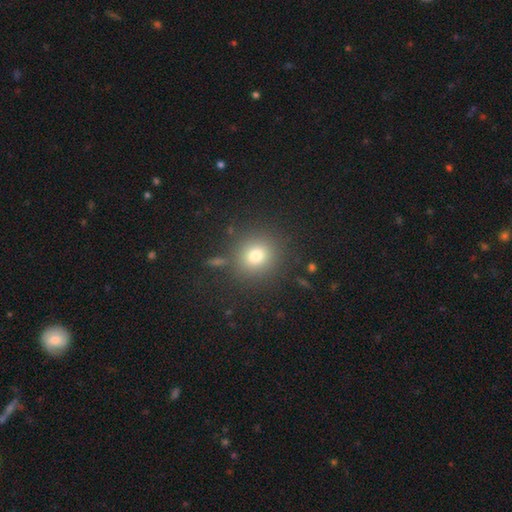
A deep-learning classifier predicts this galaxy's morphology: Smooth or featured? Predicted: smooth (p=0.76). How rounded? Predicted: round (p=0.87). Merging? Predicted: none (p=0.85).